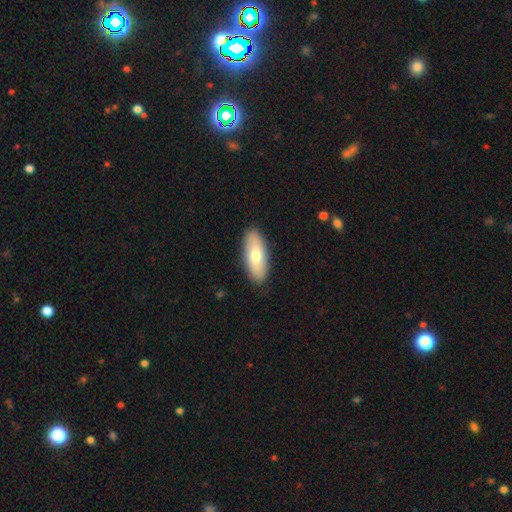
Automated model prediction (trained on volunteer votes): Q: Smooth or featured?
A: smooth (71%); runner-up: featured or disk (23%)
Q: How rounded?
A: in between (74%); runner-up: cigar-shaped (23%)
Q: Merging?
A: none (89%); runner-up: minor disturbance (8%)